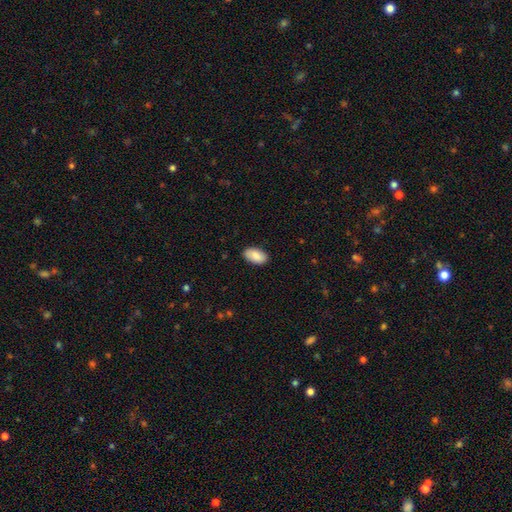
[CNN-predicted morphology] A smooth galaxy with no disk features (87%) that is in between round and cigar-shaped (95%). Merging: none (88%).